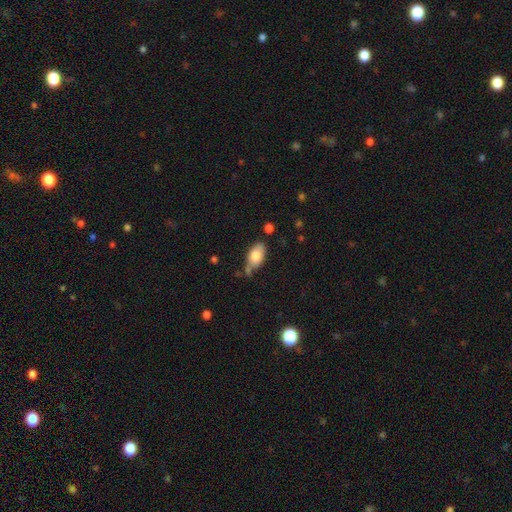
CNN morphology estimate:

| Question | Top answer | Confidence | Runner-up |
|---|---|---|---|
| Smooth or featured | smooth | 79% | featured or disk (14%) |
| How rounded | in between | 92% | round (5%) |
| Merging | none | 61% | minor disturbance (24%) |